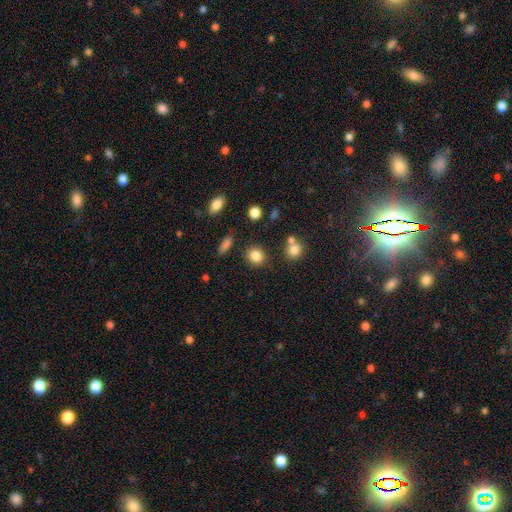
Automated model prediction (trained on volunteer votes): Morphology: type=smooth (83%); roundness=round (78%); merging=none (83%).